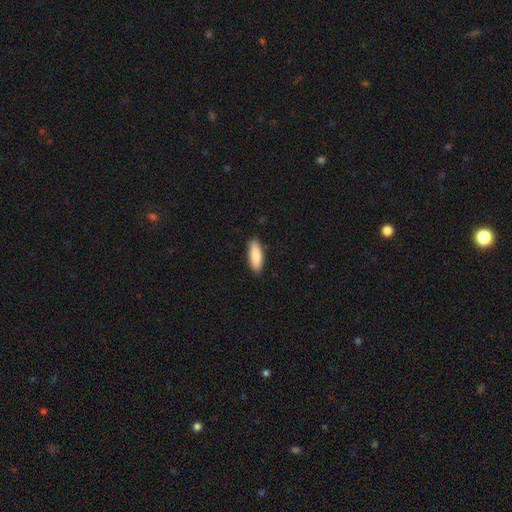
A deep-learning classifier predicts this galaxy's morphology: Smooth or featured? smooth (88%)
How rounded? in between (63%)
Merging? none (88%)